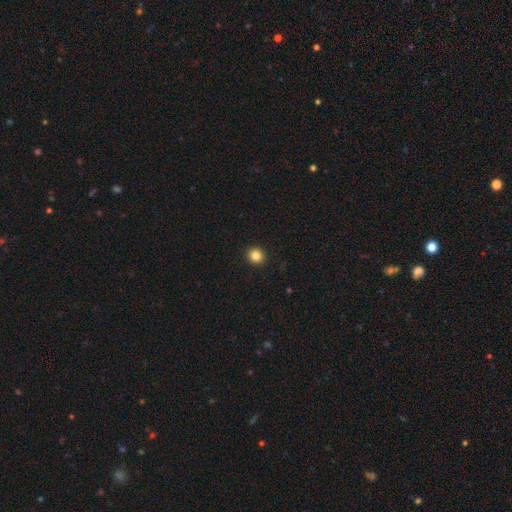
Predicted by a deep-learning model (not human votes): Overall: smooth (84%). How rounded: round (90%). Merging: none (93%).